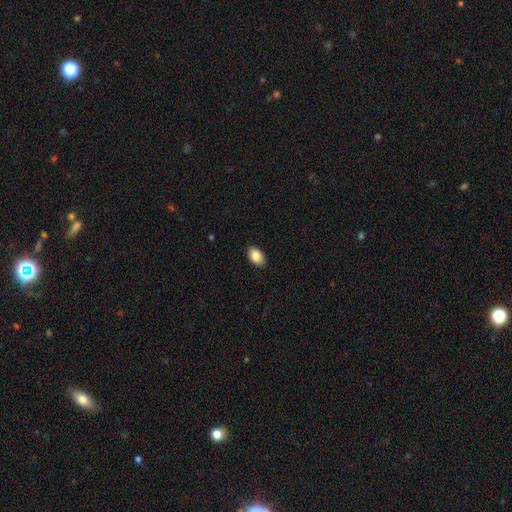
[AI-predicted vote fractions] A smooth galaxy with no disk features (86%) that is in between round and cigar-shaped (92%). Merging: none (89%).